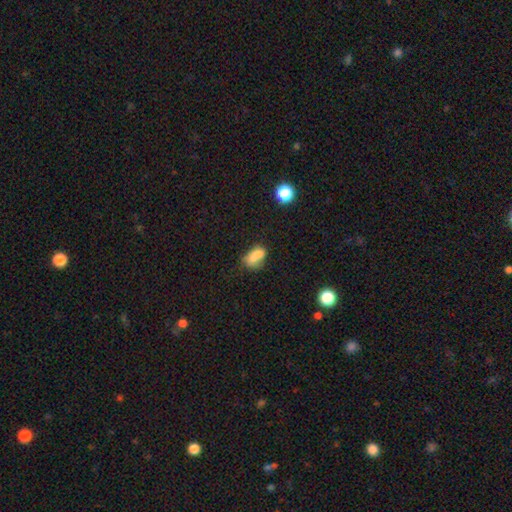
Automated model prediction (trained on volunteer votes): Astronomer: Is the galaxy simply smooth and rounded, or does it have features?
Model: smooth — 73%.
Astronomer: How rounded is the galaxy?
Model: in between — 80%.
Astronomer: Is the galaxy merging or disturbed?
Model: merger — 37% (runner-up: none, 32%).